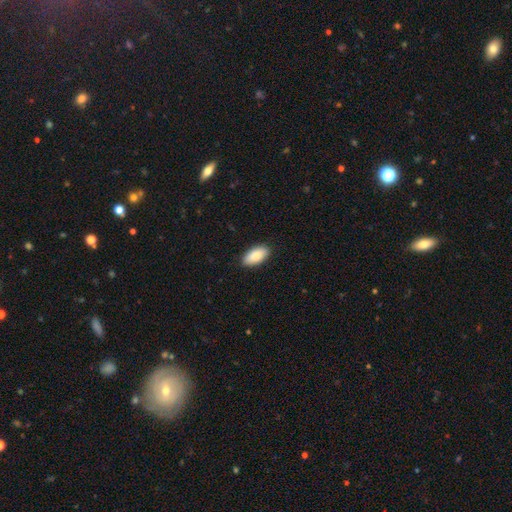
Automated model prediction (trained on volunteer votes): Smooth or featured? Predicted: smooth (p=0.85). How rounded? Predicted: in between (p=0.92). Merging? Predicted: none (p=0.89).